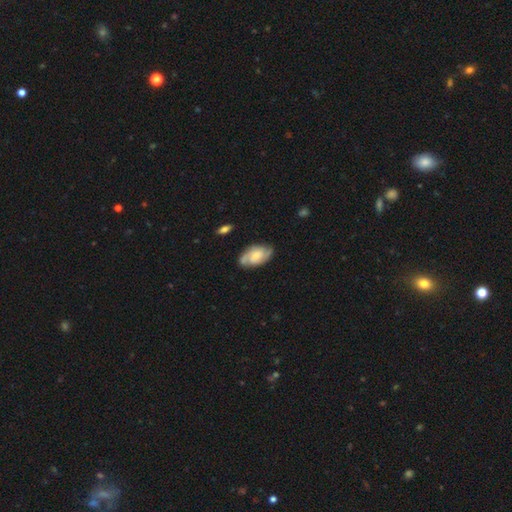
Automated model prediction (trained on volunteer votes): Smooth or featured?
  - featured or disk: 65% *
  - smooth: 29%
  - star or artifact: 6%
Edge-on disk?
  - no: 95% *
  - yes: 5%
Bar?
  - no: 57% *
  - weak: 36%
  - strong: 7%
Spiral arms?
  - yes: 91% *
  - no: 9%
Spiral winding?
  - medium: 45% *
  - tight: 38%
  - loose: 17%
Spiral arm count?
  - 2: 71% *
  - can't tell: 15%
  - 3: 8%
  - 1: 3%
  - 4: 2%
  - more than 4: 2%
Bulge size?
  - small: 39% *
  - moderate: 37%
  - none: 13%
  - large: 9%
  - dominant: 2%
Merging?
  - none: 73% *
  - minor disturbance: 19%
  - major disturbance: 5%
  - merger: 3%